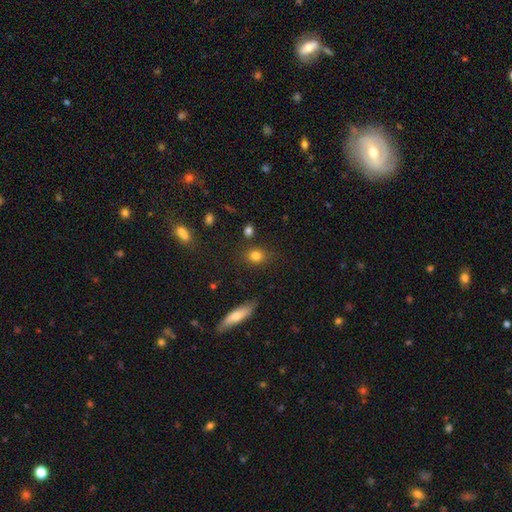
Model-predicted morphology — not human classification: Q: Smooth or featured?
A: smooth (81%); runner-up: star or artifact (11%)
Q: How rounded?
A: round (61%); runner-up: in between (36%)
Q: Merging?
A: none (80%); runner-up: minor disturbance (12%)